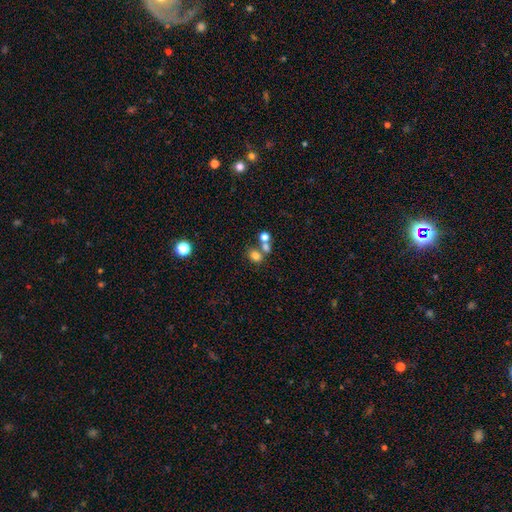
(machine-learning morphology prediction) Smooth or featured? smooth (76%)
How rounded? in between (54%)
Merging? none (47%)